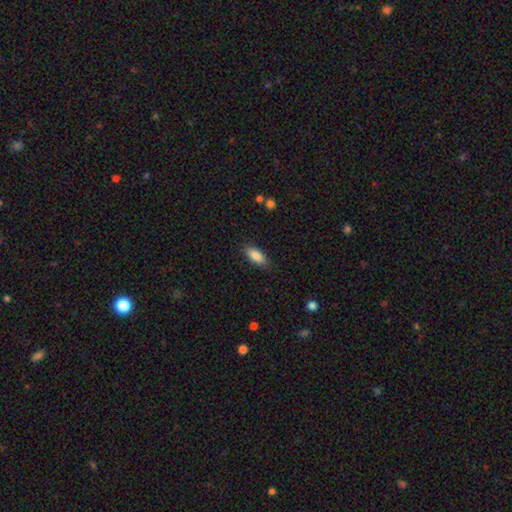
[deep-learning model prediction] A smooth galaxy with no disk features (86%) that is in between round and cigar-shaped (80%). Merging: none (85%).